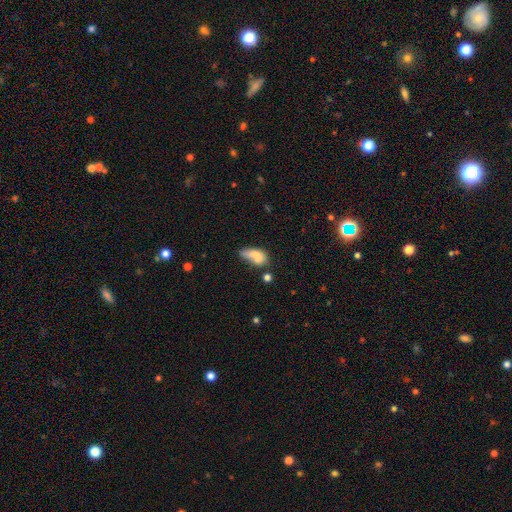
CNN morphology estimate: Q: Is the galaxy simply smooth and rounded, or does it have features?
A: smooth — 70%.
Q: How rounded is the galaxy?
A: in between — 83%.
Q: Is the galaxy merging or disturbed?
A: none — 29%.